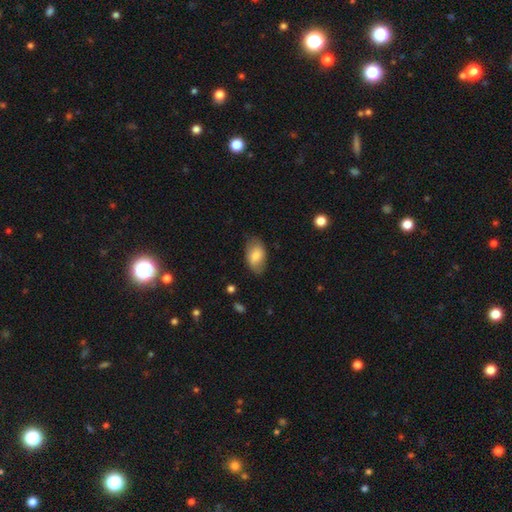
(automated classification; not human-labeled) smooth-or-featured: smooth: 77% | featured or disk: 16% | star or artifact: 6%
  how-rounded: in between: 92% | round: 6% | cigar-shaped: 1%
  merging: none: 75% | minor disturbance: 19% | major disturbance: 5% | merger: 1%